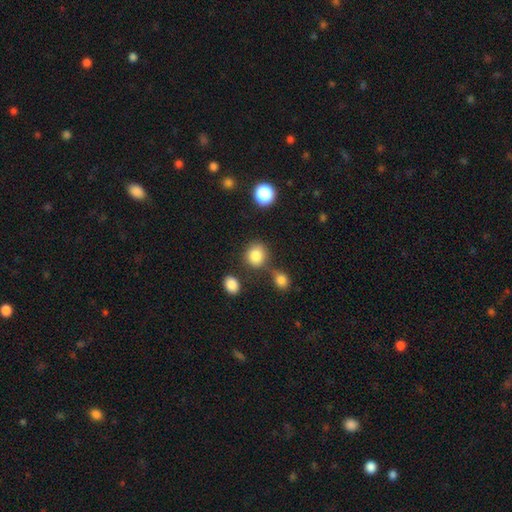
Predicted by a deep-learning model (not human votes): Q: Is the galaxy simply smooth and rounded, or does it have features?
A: smooth — 83%.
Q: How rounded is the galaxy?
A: round — 81%.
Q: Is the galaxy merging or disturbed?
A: none — 70%.